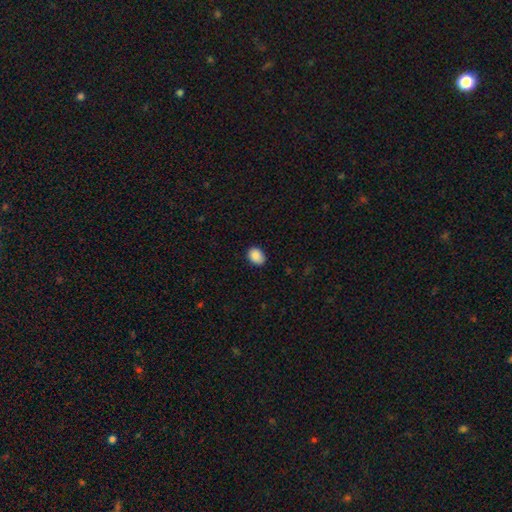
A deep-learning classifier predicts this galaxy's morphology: Smooth or featured?
  - smooth: 89% *
  - star or artifact: 8%
  - featured or disk: 3%
How rounded?
  - in between: 66% *
  - round: 33%
  - cigar-shaped: 1%
Merging?
  - none: 83% *
  - minor disturbance: 13%
  - major disturbance: 2%
  - merger: 1%